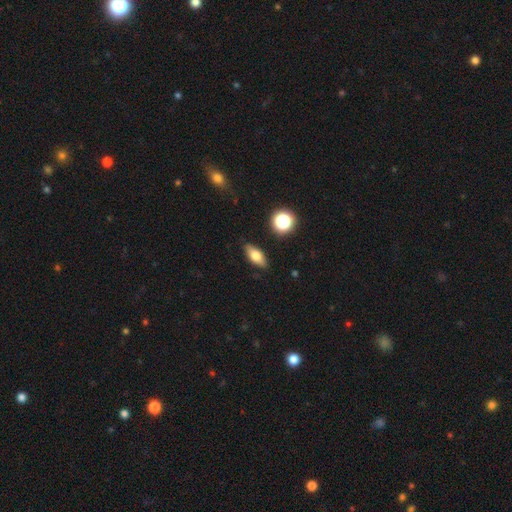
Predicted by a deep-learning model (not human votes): A smooth galaxy with no disk features (72%) that is in between round and cigar-shaped (78%).

Vote fractions:
- Smooth or featured? smooth: 72% / featured or disk: 19% / star or artifact: 9%
- How rounded? in between: 78% / cigar-shaped: 16% / round: 7%
- Merging? none: 86% / minor disturbance: 10% / major disturbance: 2% / merger: 2%